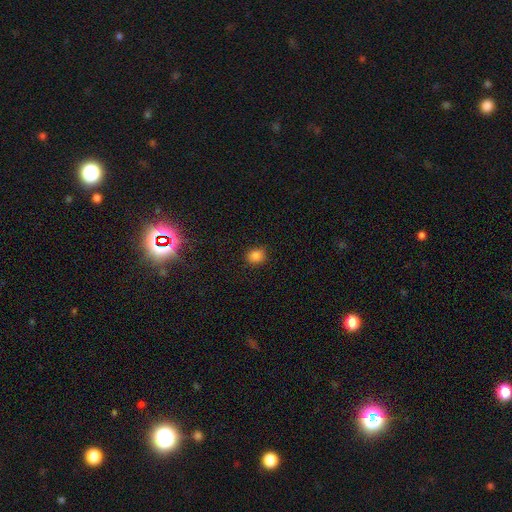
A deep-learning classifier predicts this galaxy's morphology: This is clearly a smooth galaxy (83%). How rounded: likely round (68%). Merging: clearly none (86%).